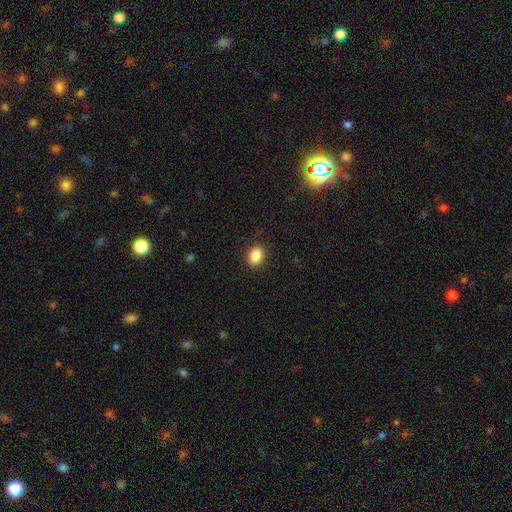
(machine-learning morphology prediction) The model was most divided on "how rounded": in between: 67%, round: 32%, cigar-shaped: 1%. More confident: merging — none (89%); smooth or featured — smooth (88%).